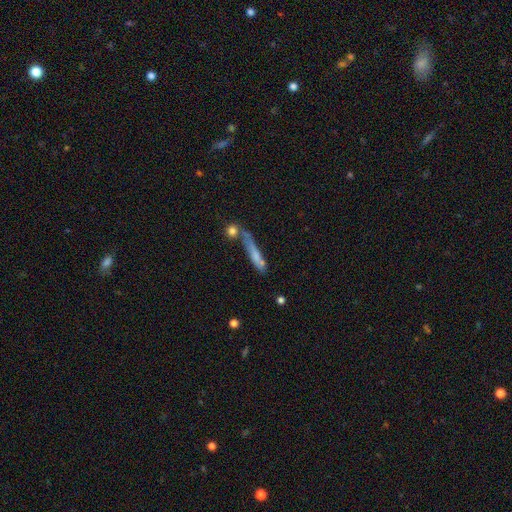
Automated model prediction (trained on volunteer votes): smooth 62%, featured or disk 30%, star or artifact 9%. Down the decision tree: how rounded — cigar-shaped (87%); merging — none (50%).